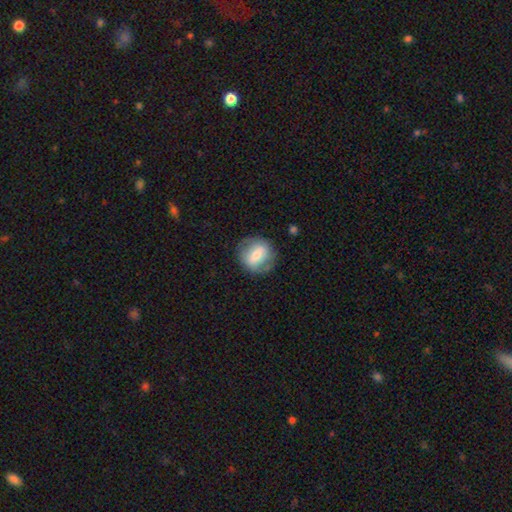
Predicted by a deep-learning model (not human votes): Smooth or featured? Predicted: smooth (p=0.52). How rounded? Predicted: round (p=0.77). Merging? Predicted: none (p=0.77).